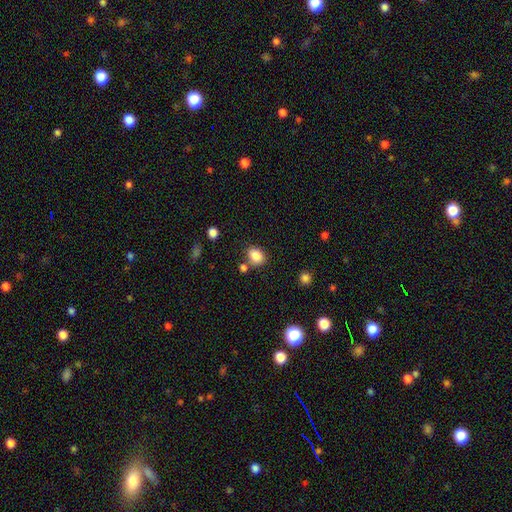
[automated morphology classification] Overall: smooth (85%). How rounded: in between (54%; round 45%). Merging: none (70%).